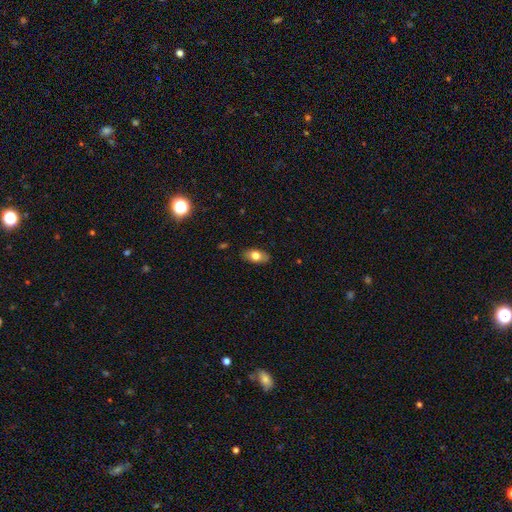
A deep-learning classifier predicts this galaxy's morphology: The model was most divided on "smooth or featured": smooth: 75%, featured or disk: 17%, star or artifact: 8%. More confident: how rounded — in between (90%); merging — none (86%).